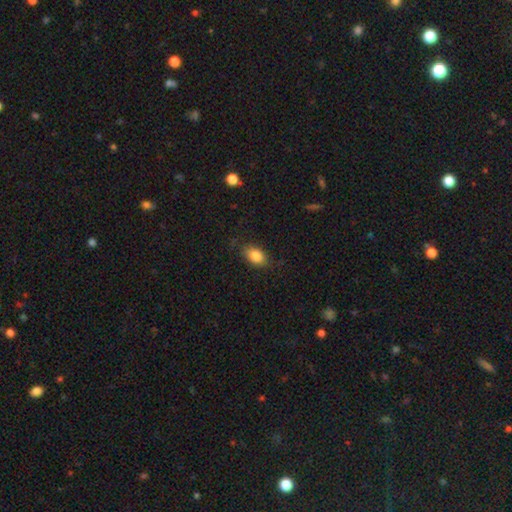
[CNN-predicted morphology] Q: Smooth or featured?
A: smooth (84%); runner-up: star or artifact (8%)
Q: How rounded?
A: in between (84%); runner-up: round (14%)
Q: Merging?
A: none (80%); runner-up: minor disturbance (15%)